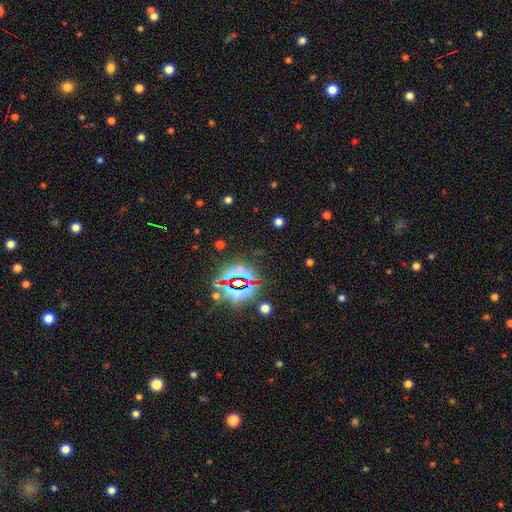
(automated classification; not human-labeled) Overall: star or artifact (80%).